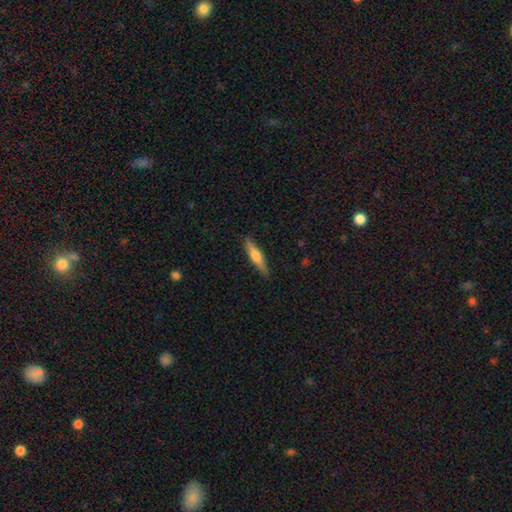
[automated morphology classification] This is possibly a smooth galaxy (56%). How rounded: clearly cigar-shaped (83%). Merging: clearly none (87%).